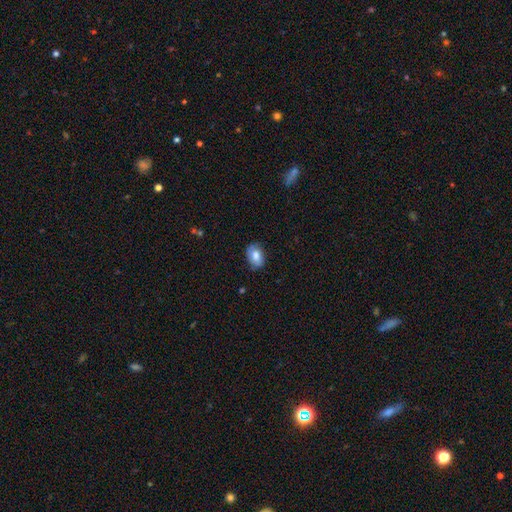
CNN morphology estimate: A smooth galaxy with no disk features (77%) that is in between round and cigar-shaped (79%).

Vote fractions:
- Smooth or featured? smooth: 77% / featured or disk: 15% / star or artifact: 8%
- How rounded? in between: 79% / round: 20% / cigar-shaped: 1%
- Merging? none: 76% / minor disturbance: 19% / major disturbance: 4% / merger: 1%